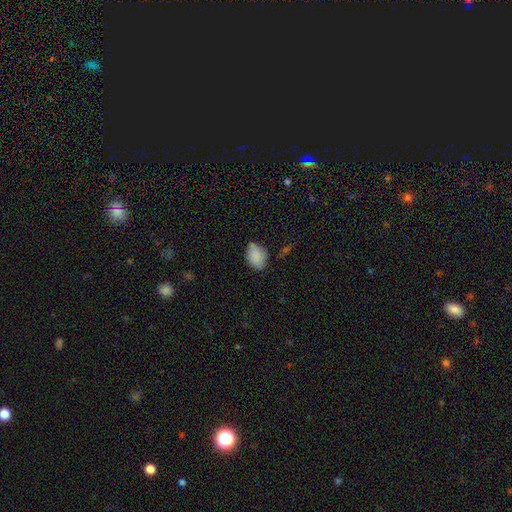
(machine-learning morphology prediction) smooth_or_featured: smooth (p=0.86) [alt: star or artifact p=0.08]
how_rounded: in between (p=0.77) [alt: round p=0.21]
merging: none (p=0.59) [alt: minor disturbance p=0.29]